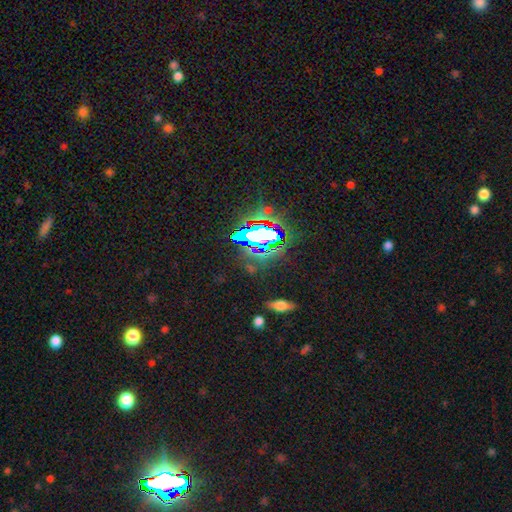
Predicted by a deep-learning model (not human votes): A star or artifact, not a galaxy (81%).

Vote fractions:
- Smooth or featured? star or artifact: 81% / smooth: 11% / featured or disk: 8%